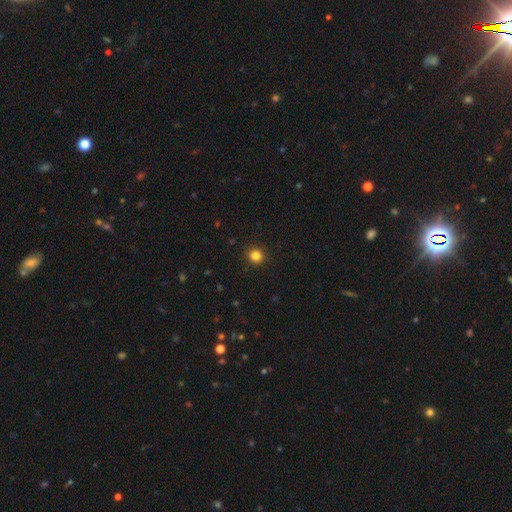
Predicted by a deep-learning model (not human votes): This is clearly a smooth galaxy (83%). How rounded: clearly round (91%). Merging: clearly none (92%).